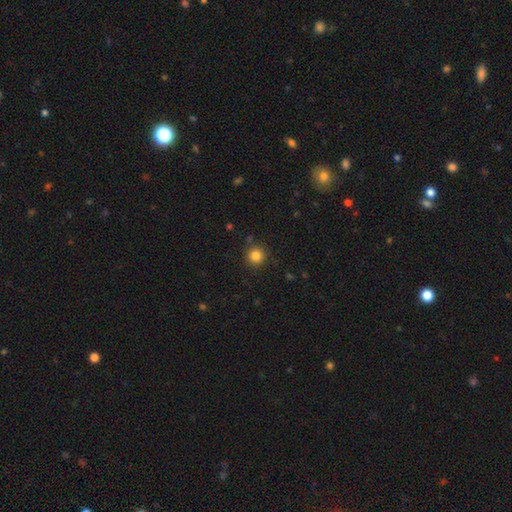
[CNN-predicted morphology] Smooth or featured?
  - smooth: 84% *
  - star or artifact: 12%
  - featured or disk: 5%
How rounded?
  - round: 95% *
  - in between: 4%
  - cigar-shaped: 1%
Merging?
  - none: 88% *
  - minor disturbance: 7%
  - merger: 2%
  - major disturbance: 2%